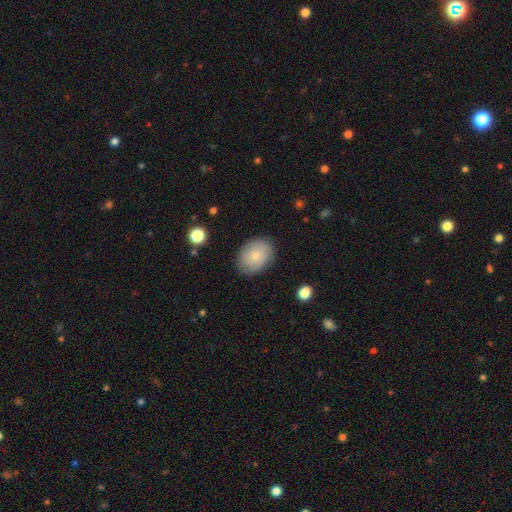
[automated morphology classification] Smooth or featured? Predicted: smooth (p=0.81). How rounded? Predicted: in between (p=0.63). Merging? Predicted: none (p=0.83).